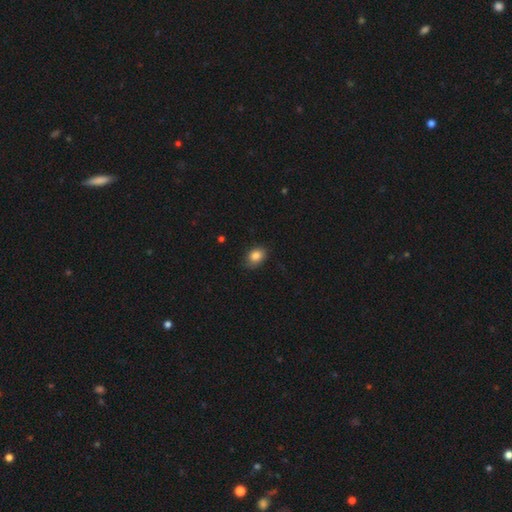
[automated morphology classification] Smooth or featured? smooth (86%)
How rounded? in between (74%)
Merging? none (80%)